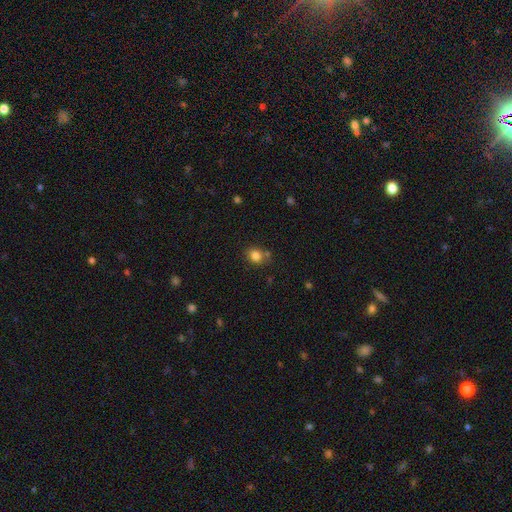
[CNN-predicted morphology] Smooth or featured: smooth — 82% (star or artifact — 12%)
How rounded: round — 63% (in between — 36%)
Merging: none — 69% (minor disturbance — 15%)